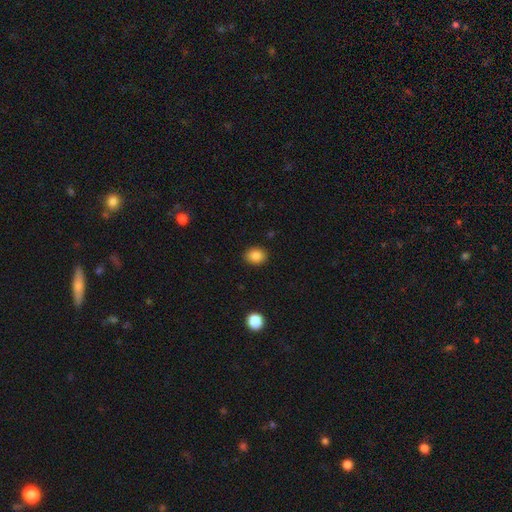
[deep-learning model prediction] smooth-or-featured: smooth: 86% | star or artifact: 10% | featured or disk: 5%
  how-rounded: in between: 51% | round: 48% | cigar-shaped: 1%
  merging: none: 89% | minor disturbance: 8% | major disturbance: 2% | merger: 1%